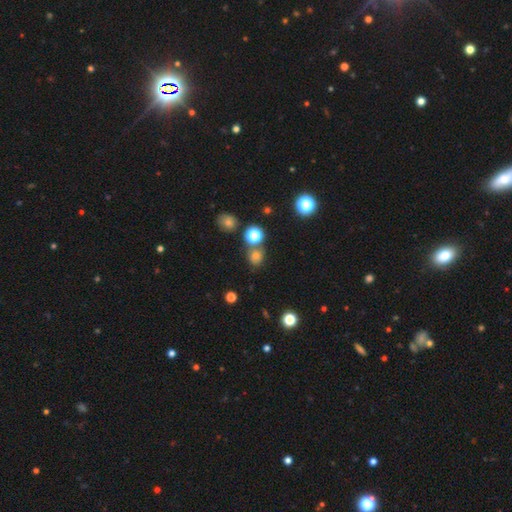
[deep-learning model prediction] This is likely a smooth galaxy (67%). How rounded: likely round (77%). Merging: likely none (69%).